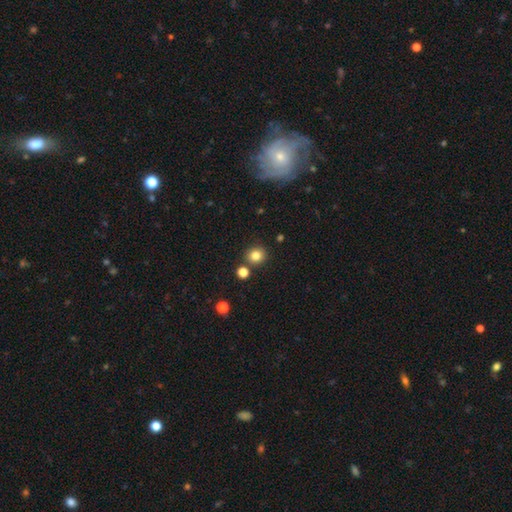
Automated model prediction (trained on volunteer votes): A smooth galaxy with no disk features (82%) that is round (87%).

Vote fractions:
- Smooth or featured? smooth: 82% / star or artifact: 13% / featured or disk: 5%
- How rounded? round: 87% / in between: 12% / cigar-shaped: 1%
- Merging? none: 84% / minor disturbance: 7% / merger: 7% / major disturbance: 2%